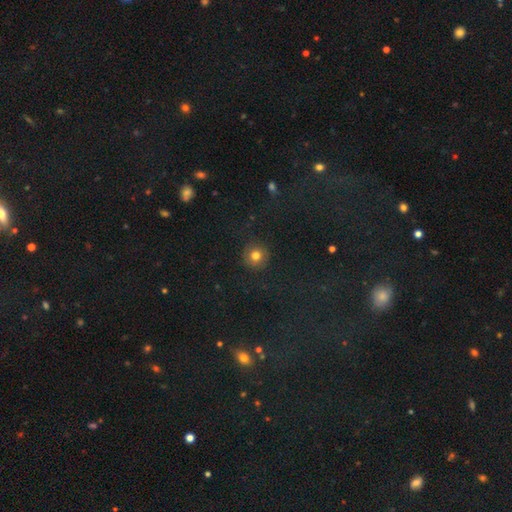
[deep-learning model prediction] The model was most divided on "smooth or featured": smooth: 76%, star or artifact: 15%, featured or disk: 9%. More confident: how rounded — round (93%); merging — none (87%).